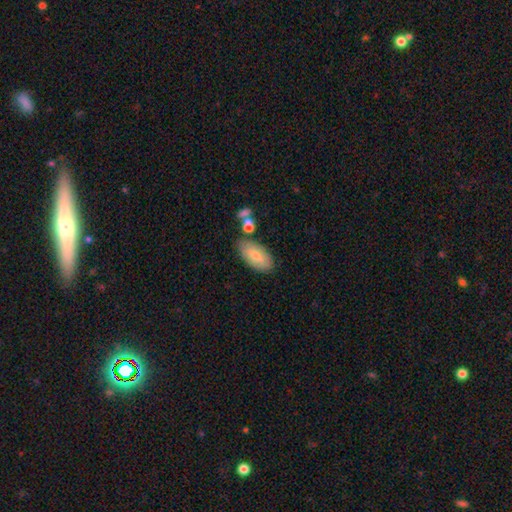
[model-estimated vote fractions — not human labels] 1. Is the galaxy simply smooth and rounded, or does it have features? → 77% smooth, 17% featured or disk, 6% star or artifact.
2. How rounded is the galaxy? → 92% in between, 5% cigar-shaped, 3% round.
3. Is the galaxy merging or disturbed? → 76% none, 14% minor disturbance, 6% merger, 3% major disturbance.